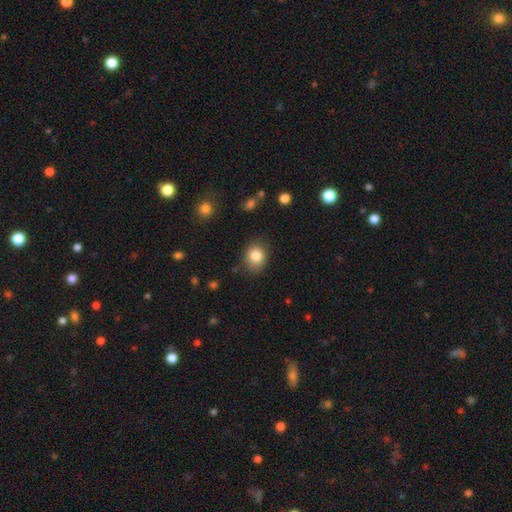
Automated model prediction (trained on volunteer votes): This is clearly a smooth galaxy (83%). How rounded: likely round (66%). Merging: clearly none (81%).